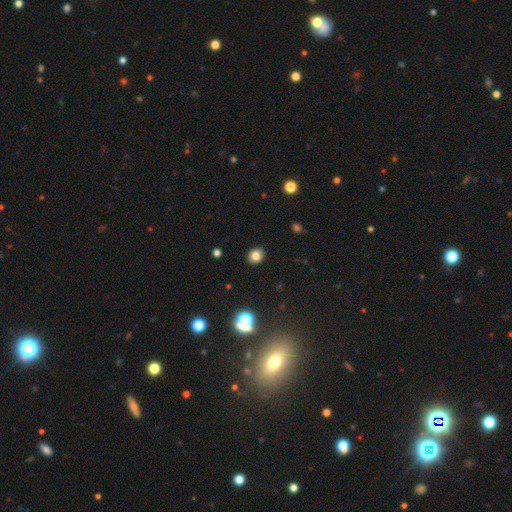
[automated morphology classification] type=smooth (81%); roundness=round (67%); merging=none (89%).